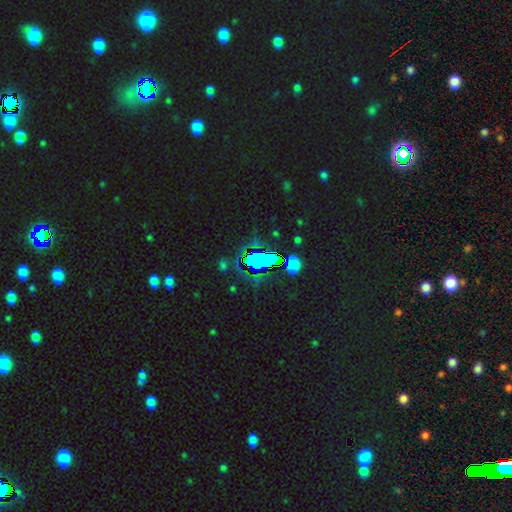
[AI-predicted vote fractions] This is likely a star or artifact rather than a galaxy (61%).